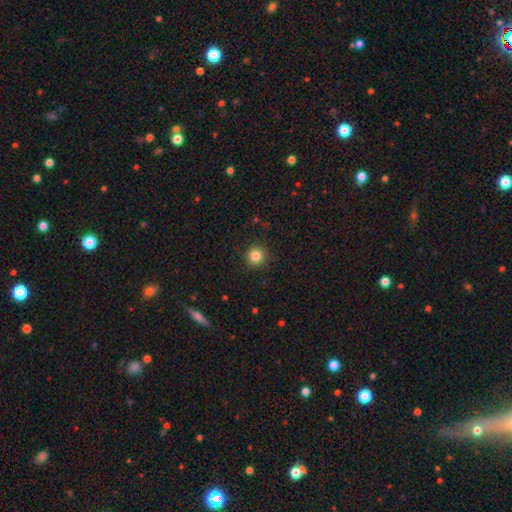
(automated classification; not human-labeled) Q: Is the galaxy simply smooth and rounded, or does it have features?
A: smooth — 84%.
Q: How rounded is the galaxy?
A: round — 94%.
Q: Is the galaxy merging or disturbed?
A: none — 90%.